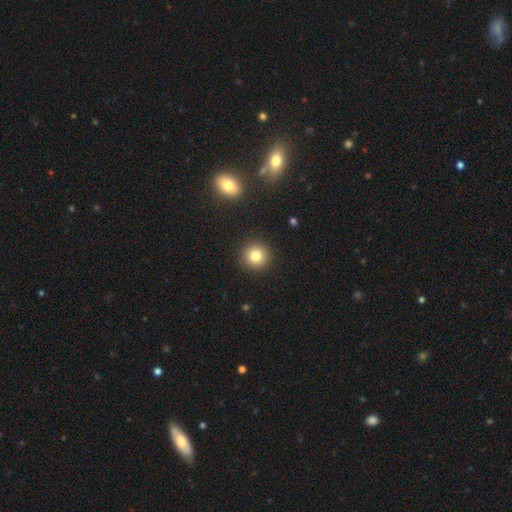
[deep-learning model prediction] smooth-or-featured: smooth: 82% | star or artifact: 11% | featured or disk: 7%
  how-rounded: round: 94% | in between: 5% | cigar-shaped: 1%
  merging: none: 91% | minor disturbance: 5% | major disturbance: 2% | merger: 1%